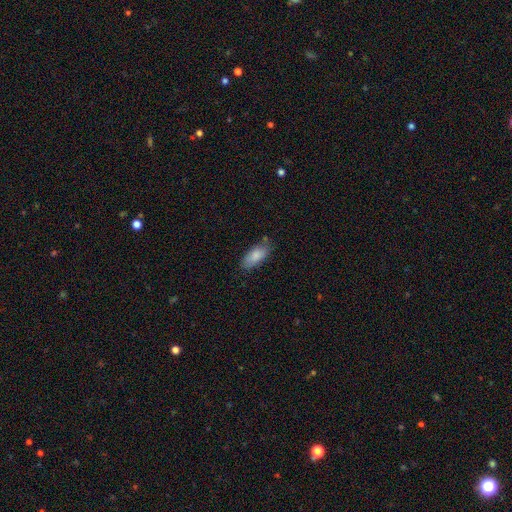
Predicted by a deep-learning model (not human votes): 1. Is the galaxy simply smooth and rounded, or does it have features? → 83% smooth, 10% featured or disk, 6% star or artifact.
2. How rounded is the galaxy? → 86% in between, 12% cigar-shaped, 2% round.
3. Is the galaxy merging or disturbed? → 72% none, 20% minor disturbance, 4% major disturbance, 3% merger.